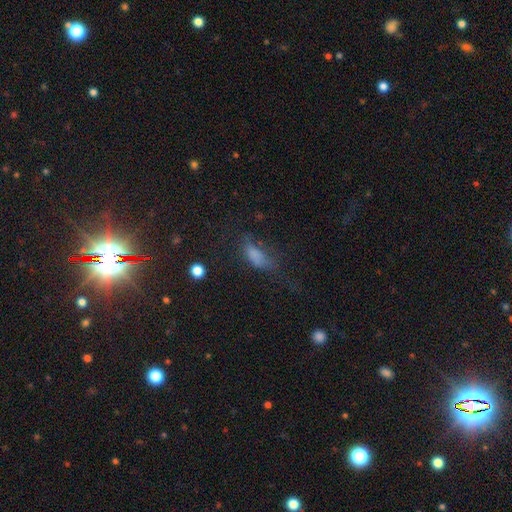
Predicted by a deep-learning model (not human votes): Q: Smooth or featured?
A: smooth (62%); runner-up: star or artifact (19%)
Q: How rounded?
A: in between (69%); runner-up: cigar-shaped (25%)
Q: Merging?
A: none (37%); runner-up: major disturbance (33%)